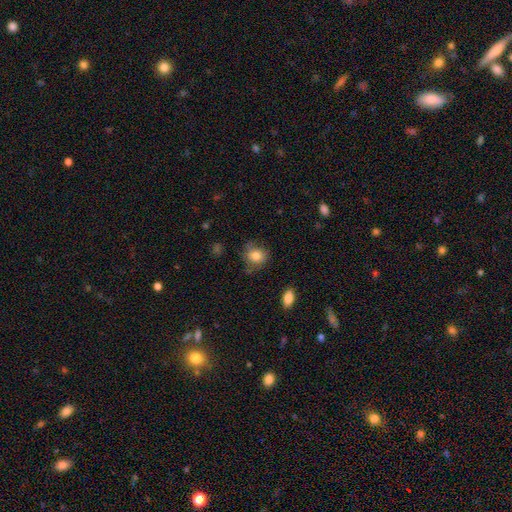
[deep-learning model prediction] smooth-or-featured: smooth: 79% | featured or disk: 12% | star or artifact: 9%
  how-rounded: round: 72% | in between: 27% | cigar-shaped: 1%
  merging: none: 62% | minor disturbance: 26% | major disturbance: 10% | merger: 3%